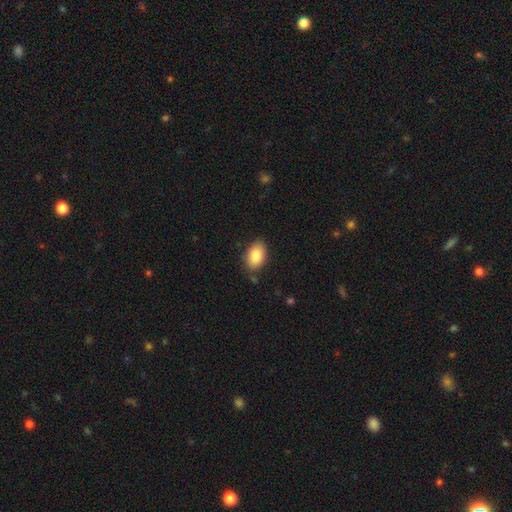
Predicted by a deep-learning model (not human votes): This is clearly a smooth galaxy (86%). How rounded: clearly in between (90%). Merging: clearly none (82%).